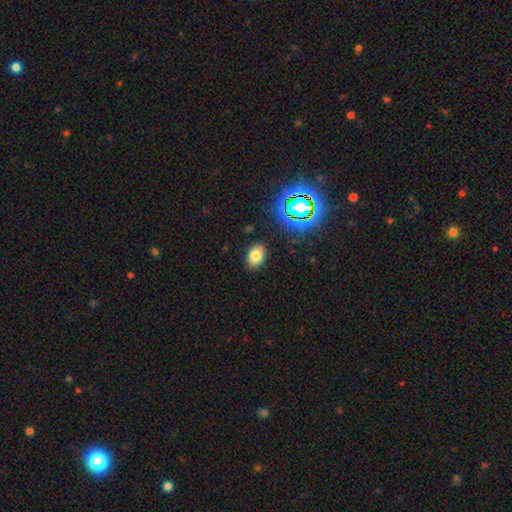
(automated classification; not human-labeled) Smooth or featured? Predicted: smooth (p=0.75). How rounded? Predicted: in between (p=0.76). Merging? Predicted: none (p=0.86).